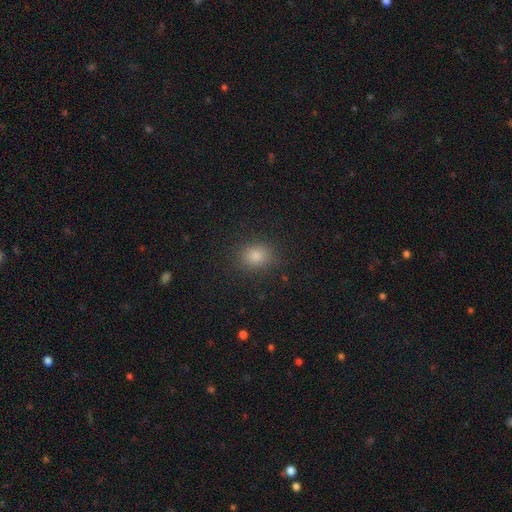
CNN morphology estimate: The model was most divided on "how rounded": round: 55%, in between: 44%, cigar-shaped: 1%. More confident: merging — none (87%); smooth or featured — smooth (80%).